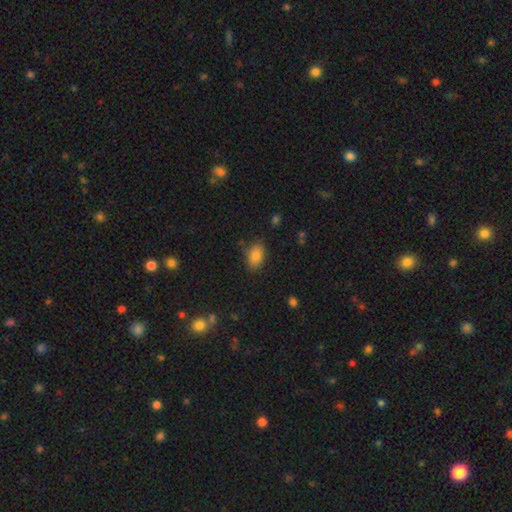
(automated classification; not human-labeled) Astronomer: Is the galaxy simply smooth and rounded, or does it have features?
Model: smooth — 83%.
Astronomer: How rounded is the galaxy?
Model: in between — 86%.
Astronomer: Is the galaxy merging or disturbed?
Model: none — 78%.